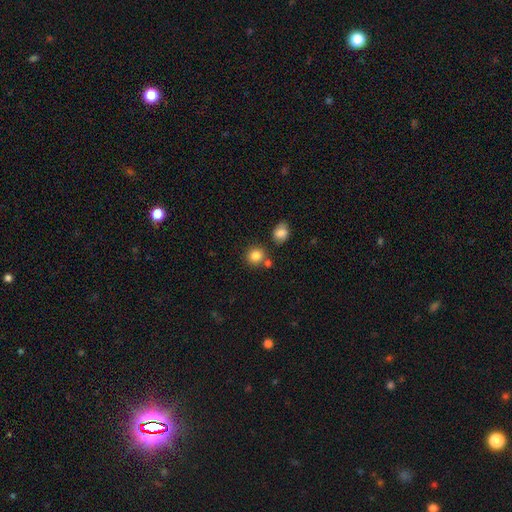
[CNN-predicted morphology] Smooth or featured: smooth — 84% (star or artifact — 11%)
How rounded: round — 86% (in between — 13%)
Merging: none — 76% (merger — 12%)